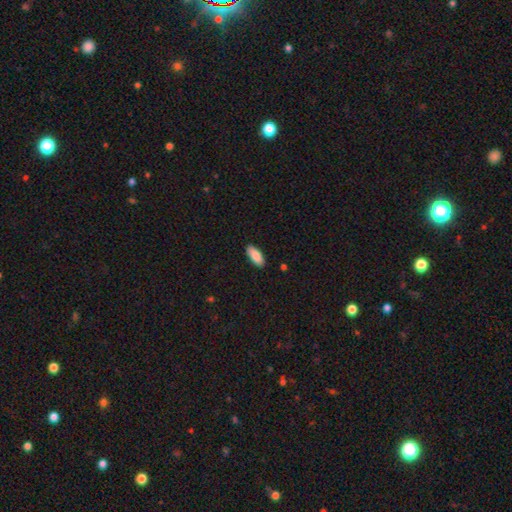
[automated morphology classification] Smooth or featured?
  - smooth: 87% *
  - featured or disk: 7%
  - star or artifact: 6%
How rounded?
  - in between: 84% *
  - cigar-shaped: 14%
  - round: 2%
Merging?
  - none: 89% *
  - minor disturbance: 8%
  - major disturbance: 2%
  - merger: 1%